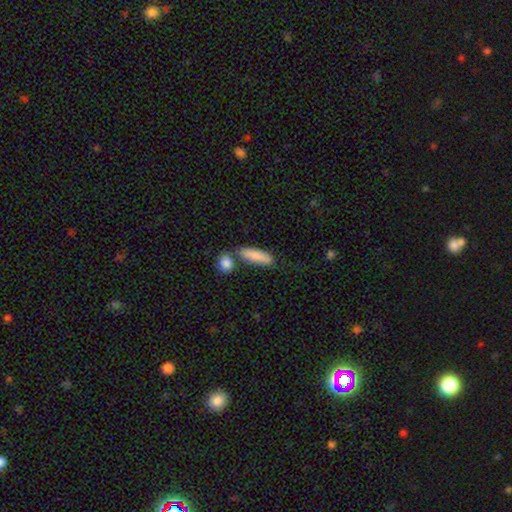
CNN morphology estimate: This appears to be a smooth galaxy with no disk features (85%) that is cigar-shaped (55%). Merging: none (67%).